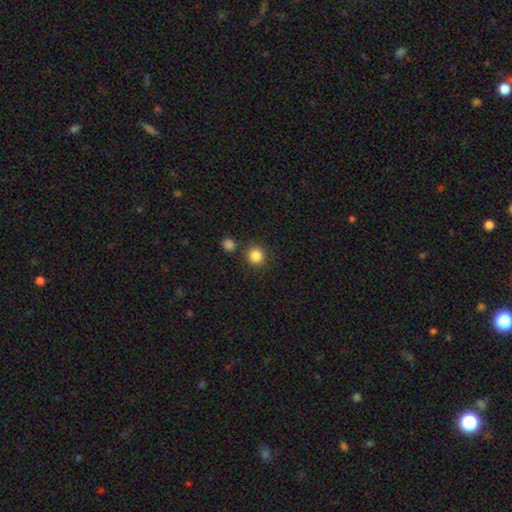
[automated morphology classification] smooth_or_featured: smooth (p=0.85) [alt: star or artifact p=0.11]
how_rounded: round (p=0.92) [alt: in between p=0.07]
merging: none (p=0.84) [alt: minor disturbance p=0.07]